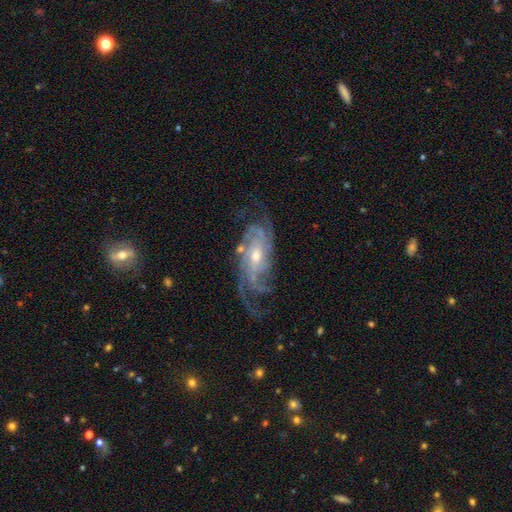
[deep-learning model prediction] Smooth or featured?
  - featured or disk: 90% *
  - star or artifact: 5%
  - smooth: 5%
Edge-on disk?
  - no: 95% *
  - yes: 5%
Bar?
  - no: 56% *
  - weak: 33%
  - strong: 11%
Spiral arms?
  - yes: 98% *
  - no: 2%
Spiral winding?
  - tight: 51% *
  - medium: 37%
  - loose: 11%
Spiral arm count?
  - 4: 25% * (tied)
  - 3: 25% * (tied)
  - can't tell: 21%
  - 2: 13%
  - more than 4: 9%
  - 1: 7%
Bulge size?
  - moderate: 55% *
  - small: 40%
  - large: 3%
  - none: 1%
  - dominant: 1%
Merging?
  - none: 67% *
  - minor disturbance: 18%
  - major disturbance: 13%
  - merger: 2%